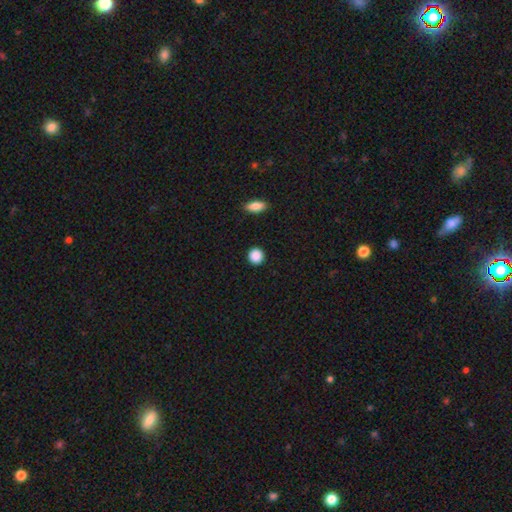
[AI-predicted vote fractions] Smooth or featured? smooth (89%)
How rounded? round (92%)
Merging? none (92%)